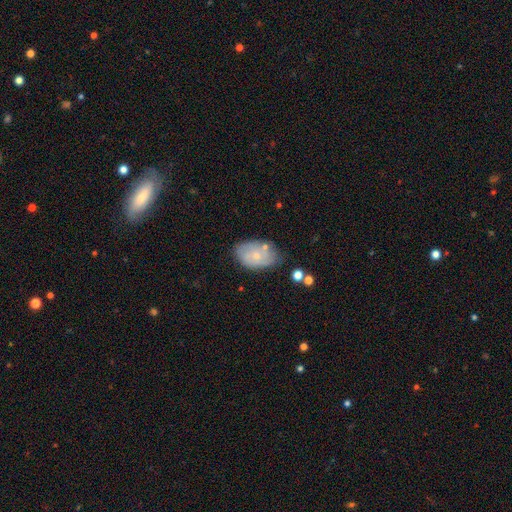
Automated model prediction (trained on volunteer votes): smooth 53%, featured or disk 40%, star or artifact 7%. Down the decision tree: how rounded — in between (86%); merging — none (60%).